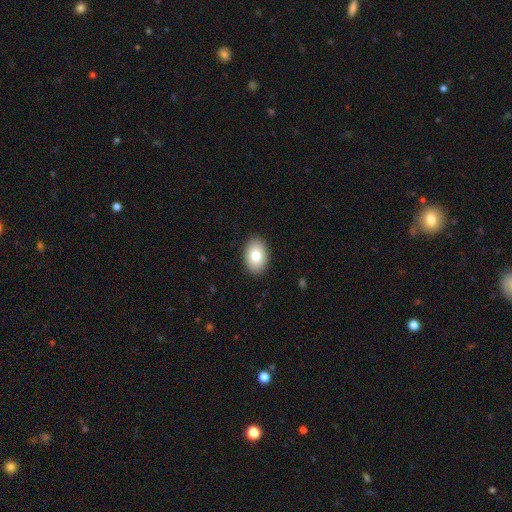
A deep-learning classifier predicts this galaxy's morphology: The model was most divided on "smooth or featured": smooth: 81%, featured or disk: 11%, star or artifact: 7%. More confident: merging — none (90%); how rounded — in between (88%).